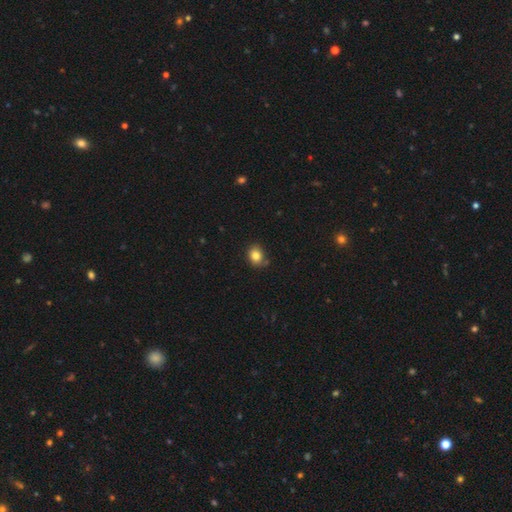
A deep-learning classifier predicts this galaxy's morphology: This appears to be a smooth galaxy with no disk features (83%) that is round (60%). Merging: none (79%).